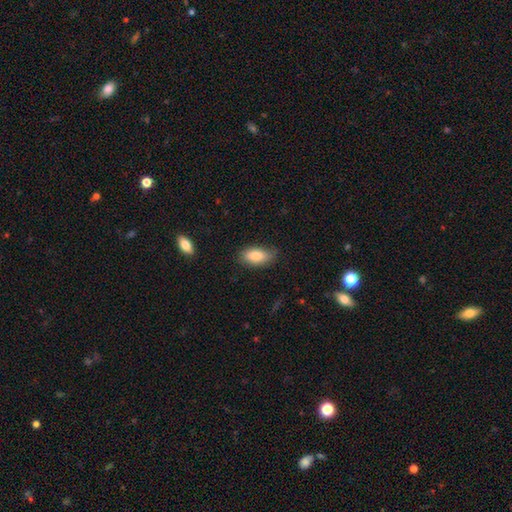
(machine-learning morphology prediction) This is clearly a smooth galaxy (82%). How rounded: clearly in between (91%). Merging: likely none (75%).